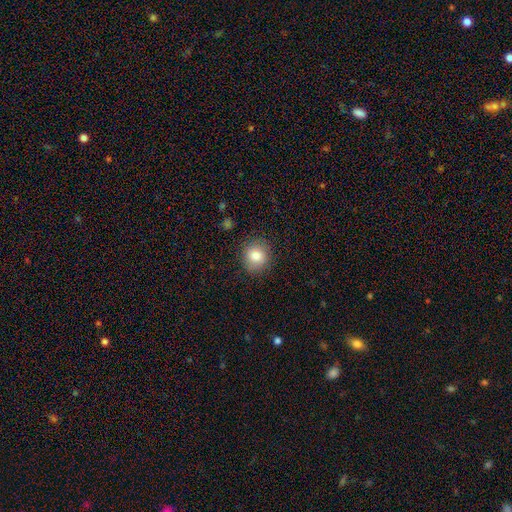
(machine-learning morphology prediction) smooth 83%, star or artifact 9%, featured or disk 8%. Down the decision tree: how rounded — round (83%); merging — none (86%).